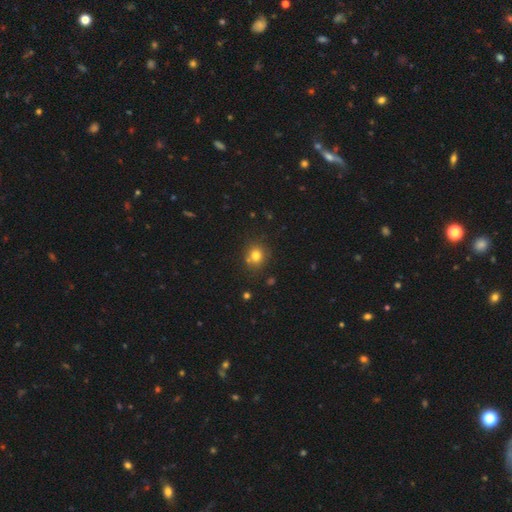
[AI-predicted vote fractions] Overall: smooth (78%). How rounded: round (82%). Merging: none (75%).